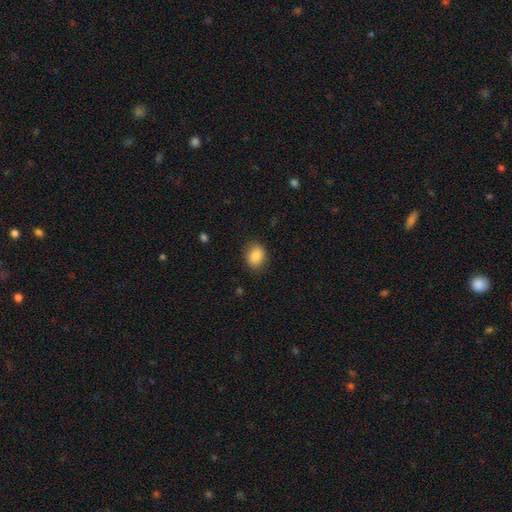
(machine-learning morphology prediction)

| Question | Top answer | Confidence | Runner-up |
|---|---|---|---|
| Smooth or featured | smooth | 85% | star or artifact (9%) |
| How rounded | in between | 54% | round (45%) |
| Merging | none | 84% | minor disturbance (12%) |